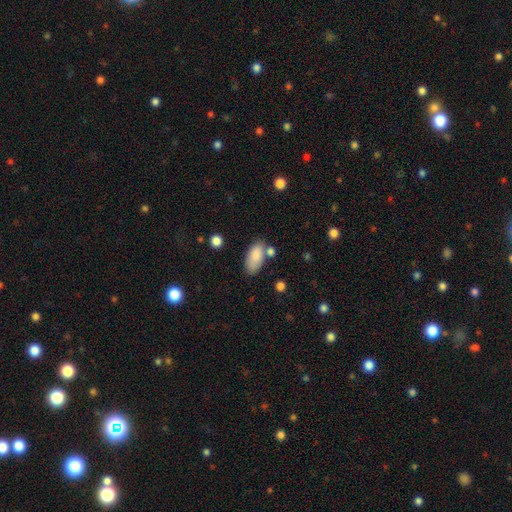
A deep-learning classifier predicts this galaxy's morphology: The model was most divided on "merging": none: 64%, minor disturbance: 18%, merger: 13%, major disturbance: 5%. More confident: how rounded — in between (91%); smooth or featured — smooth (86%).